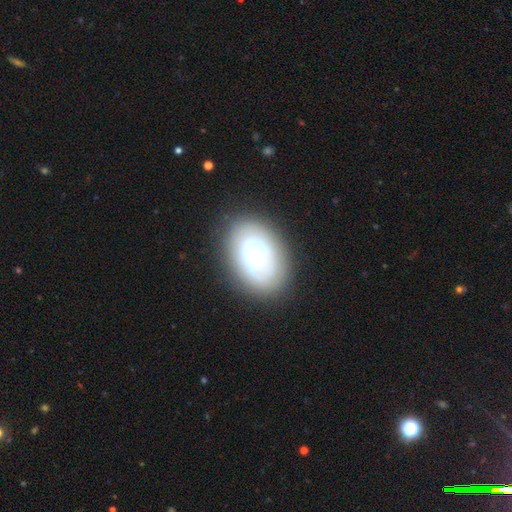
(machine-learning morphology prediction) Q: Smooth or featured?
A: smooth (46%); runner-up: featured or disk (42%)
Q: Merging?
A: none (72%); runner-up: minor disturbance (16%)